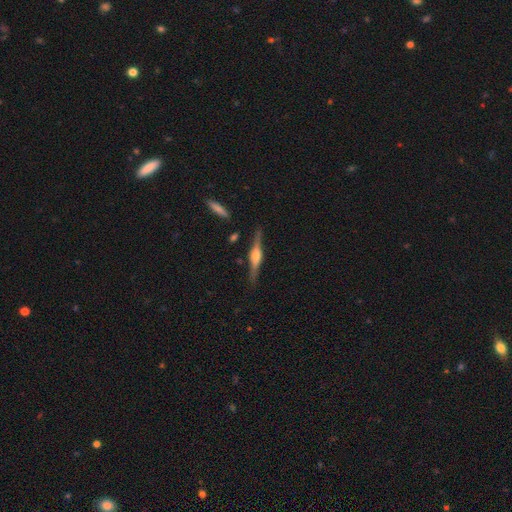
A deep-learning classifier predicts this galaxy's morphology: This is likely a featured or disk galaxy (76%). It is clearly viewed edge-on (97%). Edge-on bulge: clearly rounded (84%). Merging: clearly none (85%).